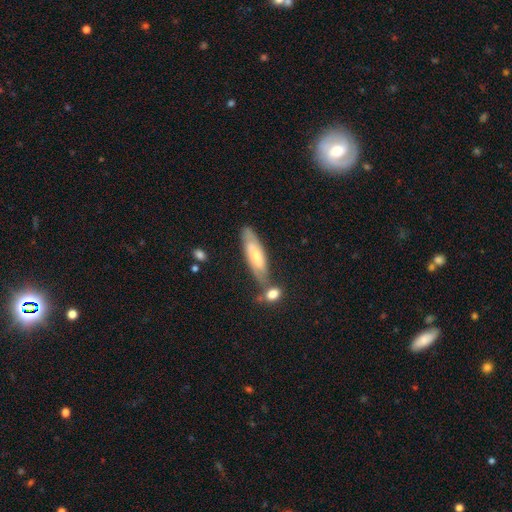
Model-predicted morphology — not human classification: Smooth or featured?
  - smooth: 47% * (tied)
  - featured or disk: 47% * (tied)
  - star or artifact: 6%
Merging?
  - none: 64% *
  - minor disturbance: 16%
  - merger: 15%
  - major disturbance: 5%